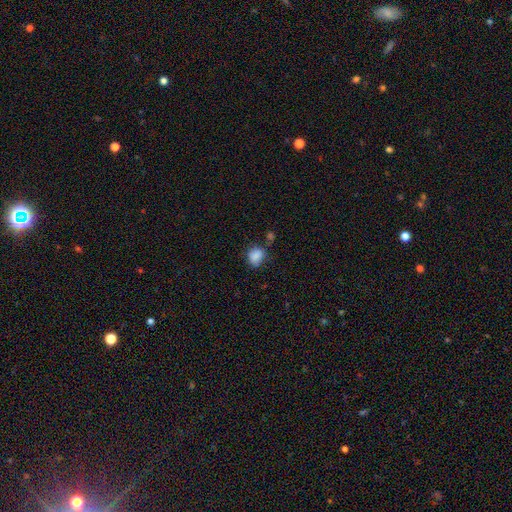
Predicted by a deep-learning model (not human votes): smooth_or_featured: smooth (p=0.85) [alt: star or artifact p=0.09]
how_rounded: round (p=0.58) [alt: in between p=0.41]
merging: none (p=0.60) [alt: minor disturbance p=0.25]